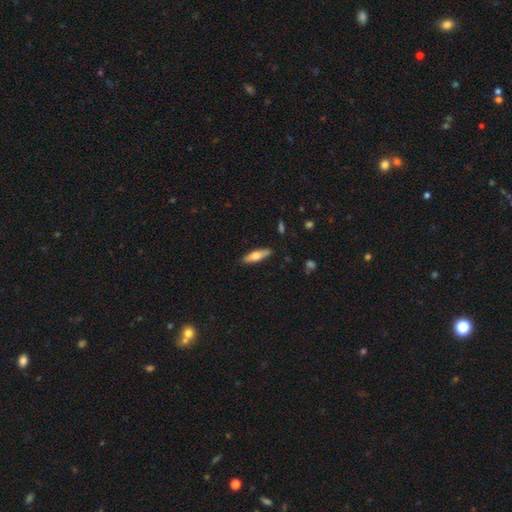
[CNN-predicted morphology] smooth-or-featured: smooth: 59% | featured or disk: 35% | star or artifact: 6%
  how-rounded: cigar-shaped: 58% | in between: 40% | round: 2%
  merging: none: 88% | minor disturbance: 9% | major disturbance: 2% | merger: 1%